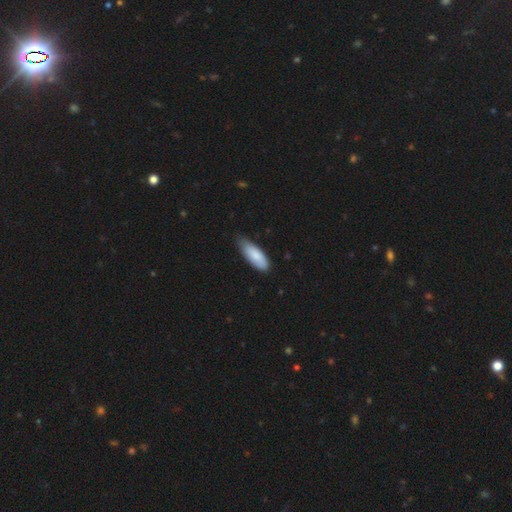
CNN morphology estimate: Q: Smooth or featured?
A: smooth (84%); runner-up: featured or disk (11%)
Q: How rounded?
A: in between (71%); runner-up: cigar-shaped (28%)
Q: Merging?
A: none (61%); runner-up: minor disturbance (34%)